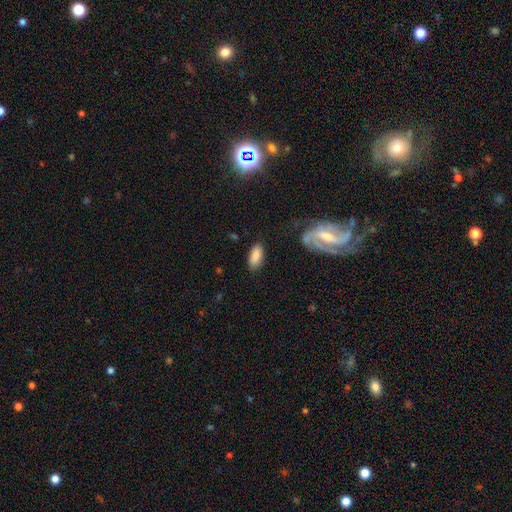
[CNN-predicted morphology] smooth 84%, featured or disk 9%, star or artifact 7%. Down the decision tree: how rounded — in between (88%); merging — none (81%).